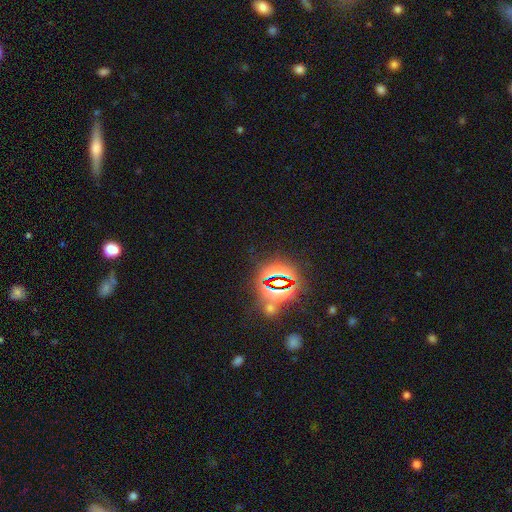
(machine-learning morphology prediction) A star or artifact, not a galaxy (81%).